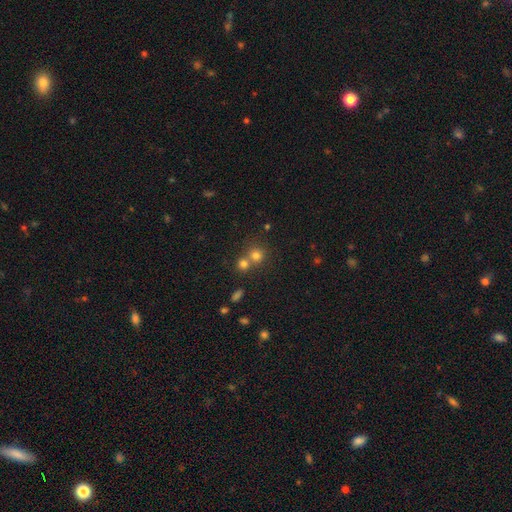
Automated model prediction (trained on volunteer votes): The model was most divided on "merging": none: 52%, merger: 39%, minor disturbance: 6%, major disturbance: 2%. More confident: how rounded — round (88%); smooth or featured — smooth (73%).